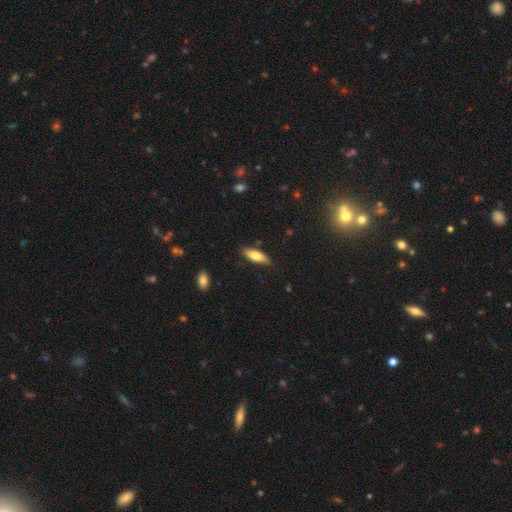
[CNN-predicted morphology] Smooth or featured?
  - smooth: 73% *
  - featured or disk: 21%
  - star or artifact: 6%
How rounded?
  - in between: 59% *
  - cigar-shaped: 39%
  - round: 2%
Merging?
  - none: 77% *
  - minor disturbance: 18%
  - major disturbance: 3%
  - merger: 2%